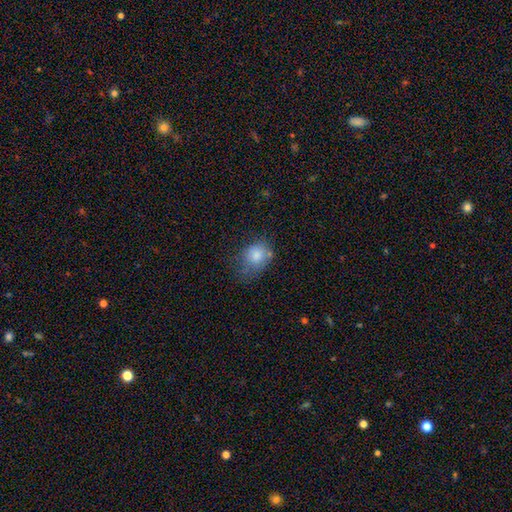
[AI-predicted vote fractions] Smooth or featured? Predicted: smooth (p=0.78). How rounded? Predicted: round (p=0.54). Merging? Predicted: none (p=0.48).